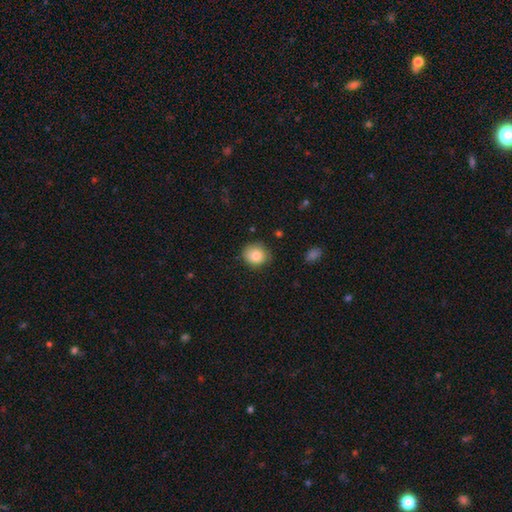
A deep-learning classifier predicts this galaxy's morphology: smooth 84%, star or artifact 9%, featured or disk 7%. Down the decision tree: how rounded — round (78%); merging — none (78%).